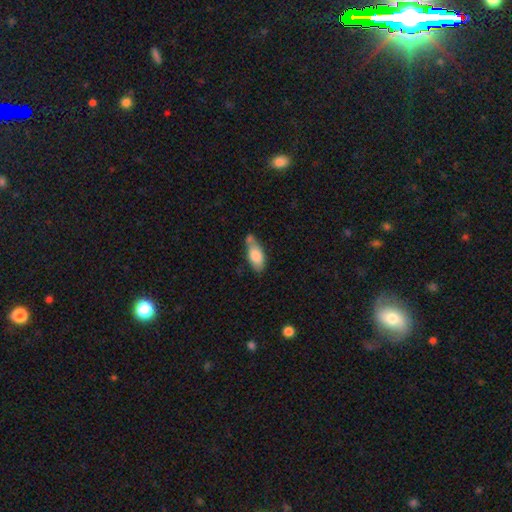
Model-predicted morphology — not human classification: Smooth or featured?
  - smooth: 79% *
  - featured or disk: 15%
  - star or artifact: 6%
How rounded?
  - in between: 85% *
  - cigar-shaped: 13%
  - round: 3%
Merging?
  - none: 48% *
  - minor disturbance: 26%
  - merger: 20%
  - major disturbance: 6%